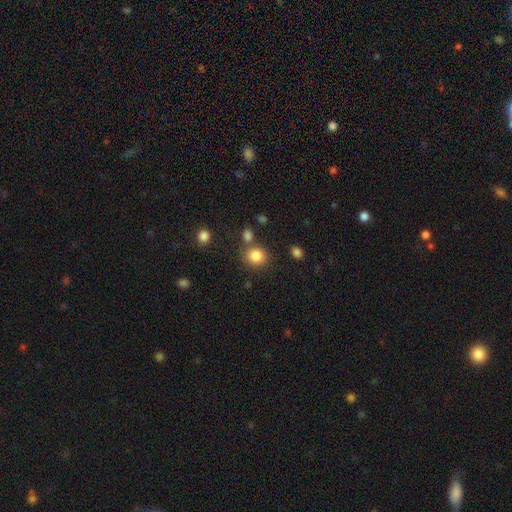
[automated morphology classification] Smooth or featured: smooth — 85% (star or artifact — 10%)
How rounded: round — 77% (in between — 22%)
Merging: none — 72% (merger — 13%)